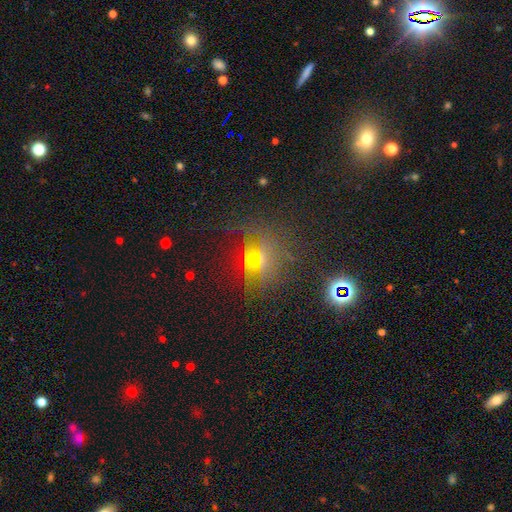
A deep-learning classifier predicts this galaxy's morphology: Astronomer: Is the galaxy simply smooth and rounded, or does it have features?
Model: star or artifact — 48% (runner-up: smooth, 39%).